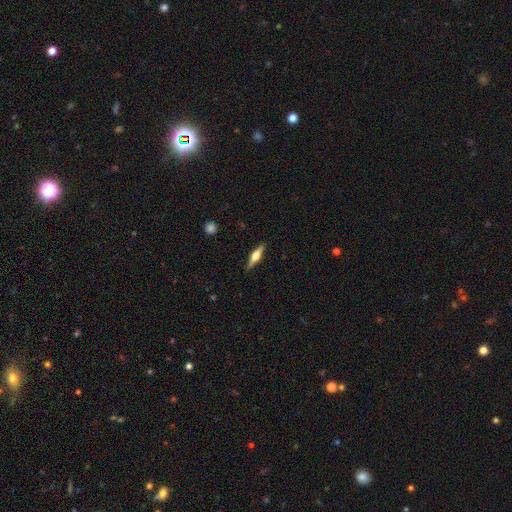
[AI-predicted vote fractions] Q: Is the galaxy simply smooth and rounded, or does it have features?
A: featured or disk — 59%.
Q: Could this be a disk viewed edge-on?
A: yes — 96%.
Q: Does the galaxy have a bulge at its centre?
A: rounded — 93%.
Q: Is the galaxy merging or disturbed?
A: none — 89%.